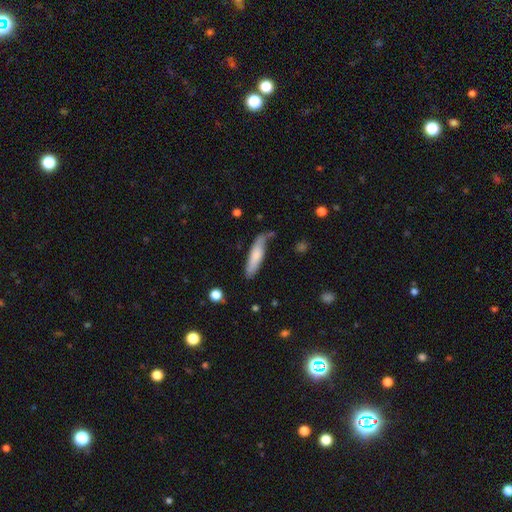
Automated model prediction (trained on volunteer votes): This appears to be a smooth galaxy with no disk features (73%) that is cigar-shaped (71%). Merging: none (60%).